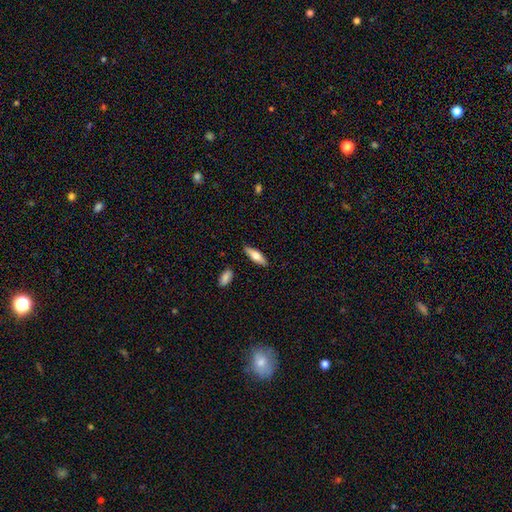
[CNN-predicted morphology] This is likely a smooth galaxy (63%). How rounded: possibly in between (54%). Merging: clearly none (86%).